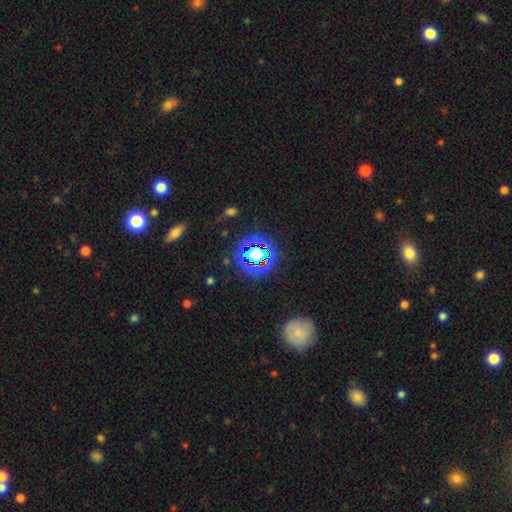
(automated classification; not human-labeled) This is likely a star or artifact rather than a galaxy (69%).